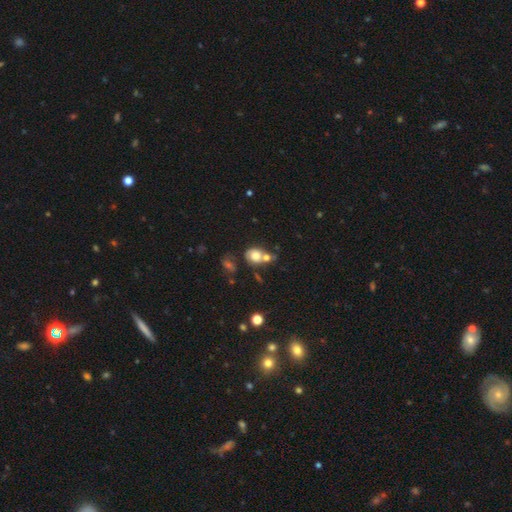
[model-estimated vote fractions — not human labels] This is likely a smooth galaxy (68%). How rounded: likely round (61%). Merging: possibly merger (49%).